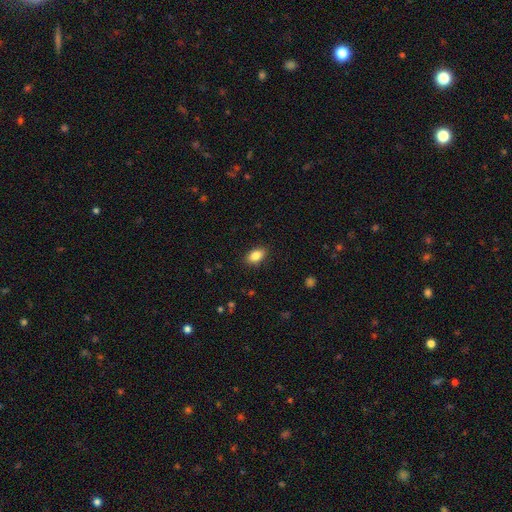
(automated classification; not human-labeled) smooth 86%, star or artifact 8%, featured or disk 6%. Down the decision tree: how rounded — in between (89%); merging — none (88%).